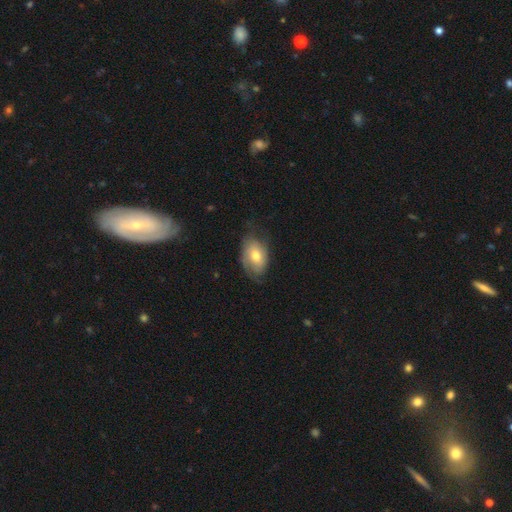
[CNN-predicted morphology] Smooth or featured? Predicted: smooth (p=0.56). How rounded? Predicted: in between (p=0.85). Merging? Predicted: none (p=0.59).